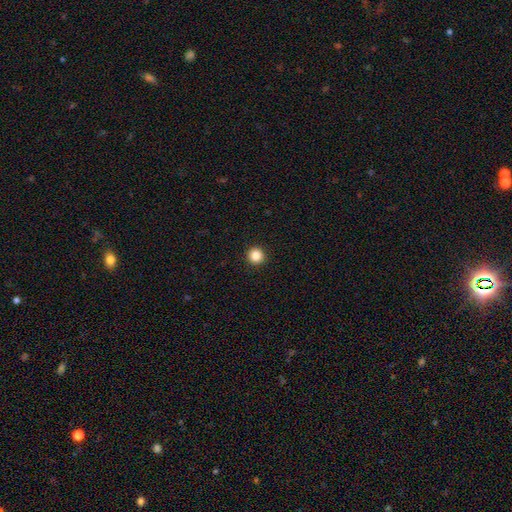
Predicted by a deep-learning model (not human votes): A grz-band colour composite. It shows a smooth galaxy with no disk features (86%) that is round (95%). Merging: none (94%).